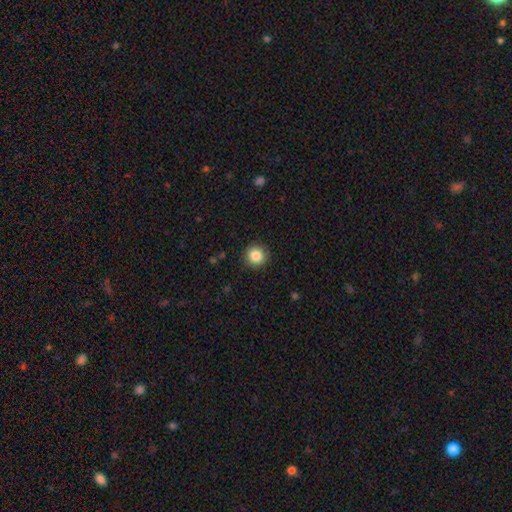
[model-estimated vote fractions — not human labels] Morphology: type=smooth (86%); roundness=round (94%); merging=none (91%).